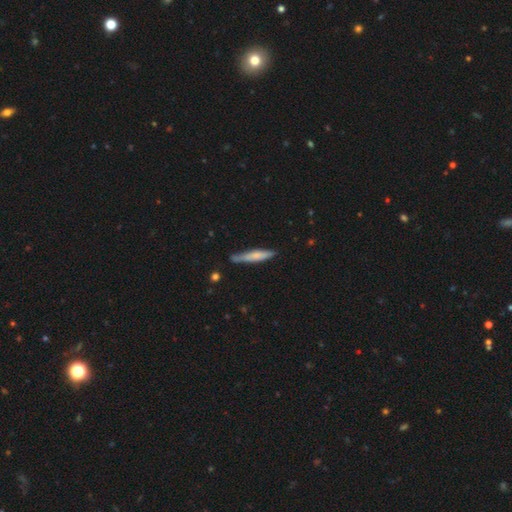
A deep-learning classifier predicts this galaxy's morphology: This is likely a smooth galaxy (65%). How rounded: clearly cigar-shaped (91%). Merging: likely none (73%).